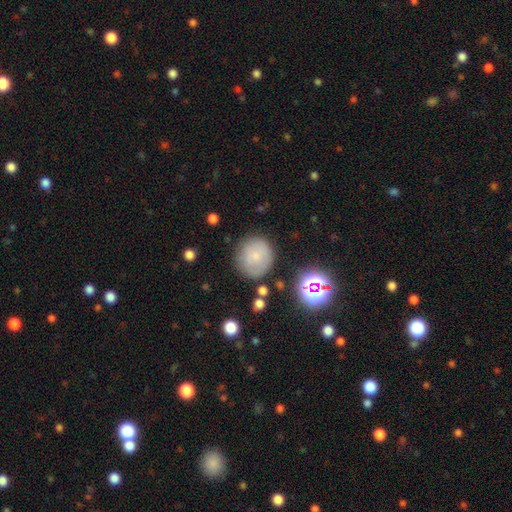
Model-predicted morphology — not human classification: Smooth or featured? smooth (71%)
How rounded? round (86%)
Merging? none (77%)